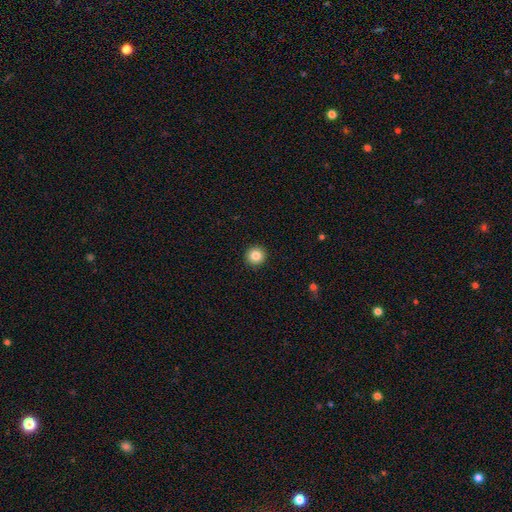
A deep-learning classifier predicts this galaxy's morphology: A smooth galaxy with no disk features (85%) that is round (95%). Merging: none (93%).